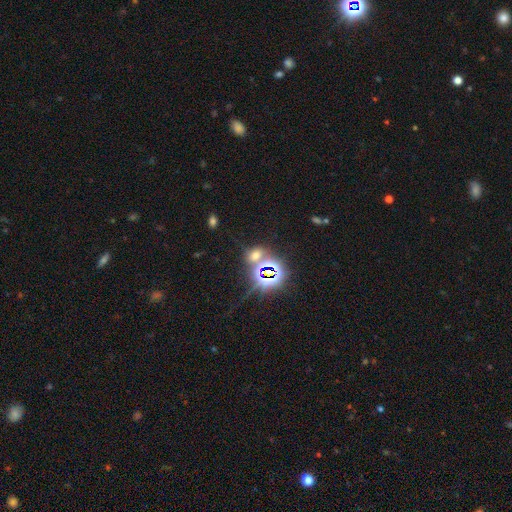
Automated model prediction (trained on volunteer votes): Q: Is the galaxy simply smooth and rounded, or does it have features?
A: star or artifact — 56%.